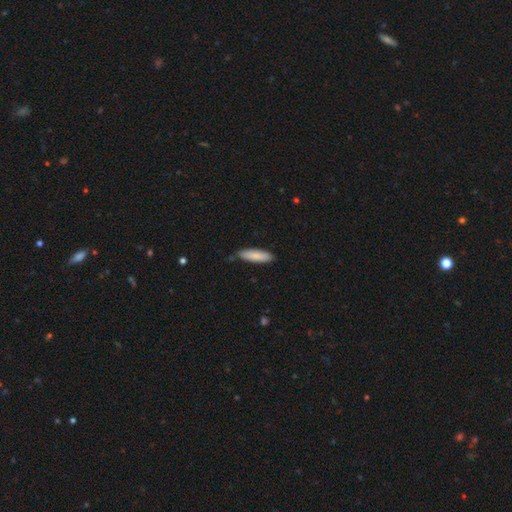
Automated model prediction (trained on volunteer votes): smooth 85%, featured or disk 9%, star or artifact 5%. Down the decision tree: how rounded — cigar-shaped (59%); merging — none (81%).